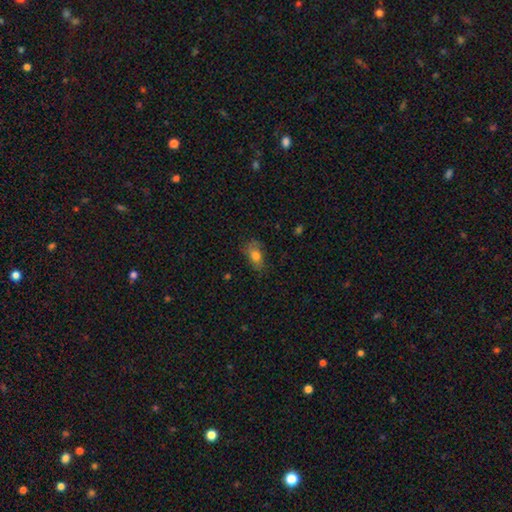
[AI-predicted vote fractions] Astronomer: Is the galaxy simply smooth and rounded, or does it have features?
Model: smooth — 73%.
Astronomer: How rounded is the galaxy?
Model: in between — 81%.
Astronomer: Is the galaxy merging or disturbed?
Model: none — 62%.